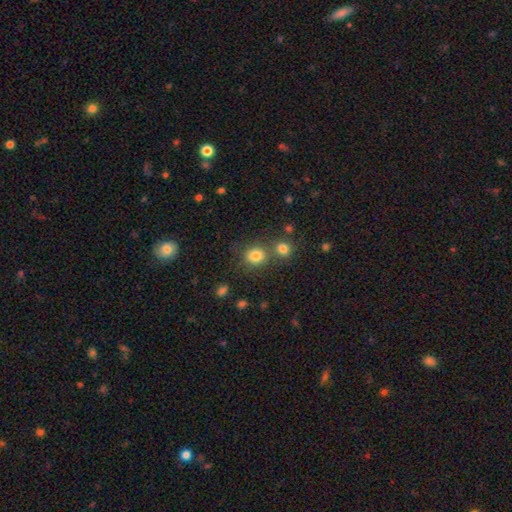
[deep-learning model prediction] This appears to be a smooth galaxy with no disk features (82%) that is round (73%). Merging: none (62%).